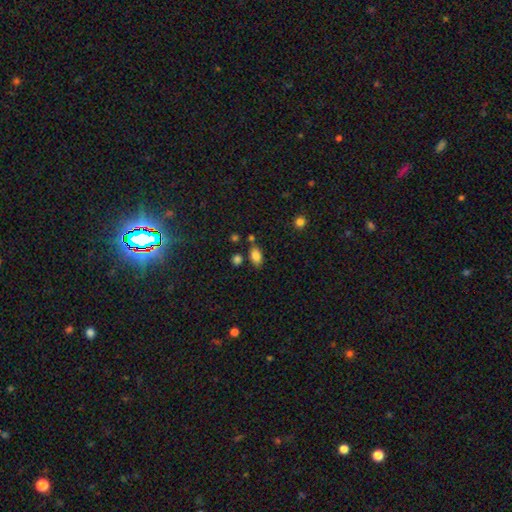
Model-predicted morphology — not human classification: smooth-or-featured: smooth: 84% | star or artifact: 10% | featured or disk: 6%
  how-rounded: in between: 85% | round: 12% | cigar-shaped: 2%
  merging: none: 71% | minor disturbance: 15% | merger: 10% | major disturbance: 4%